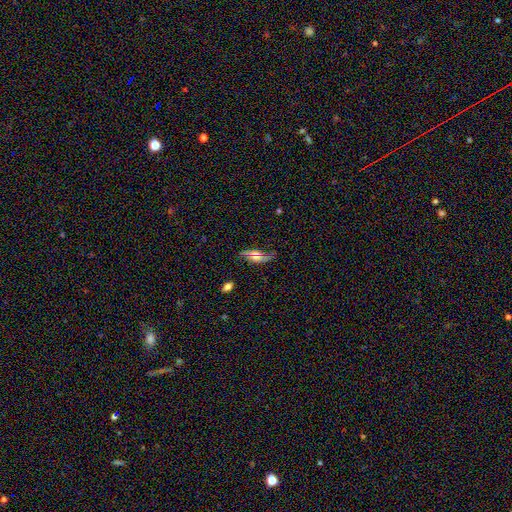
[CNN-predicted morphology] type=featured or disk (61%); edge-on=no (84%); bar=no (52%); spiral arms=yes (80%); bulge=small (40%); merging=none (63%).